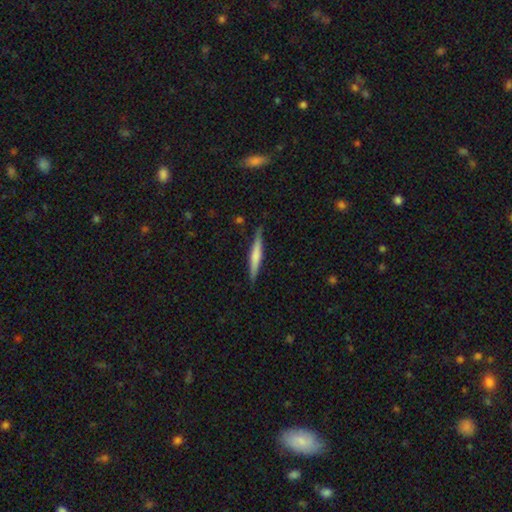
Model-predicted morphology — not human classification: This appears to be a smooth galaxy with no disk features (52%) that is cigar-shaped (94%). Merging: none (86%).